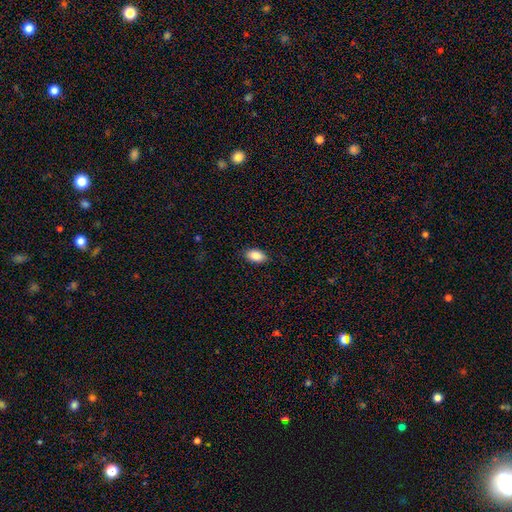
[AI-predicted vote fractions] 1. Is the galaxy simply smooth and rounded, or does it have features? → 87% smooth, 7% star or artifact, 5% featured or disk.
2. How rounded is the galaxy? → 93% in between, 5% round, 2% cigar-shaped.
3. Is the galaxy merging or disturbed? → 88% none, 9% minor disturbance, 2% major disturbance, 1% merger.